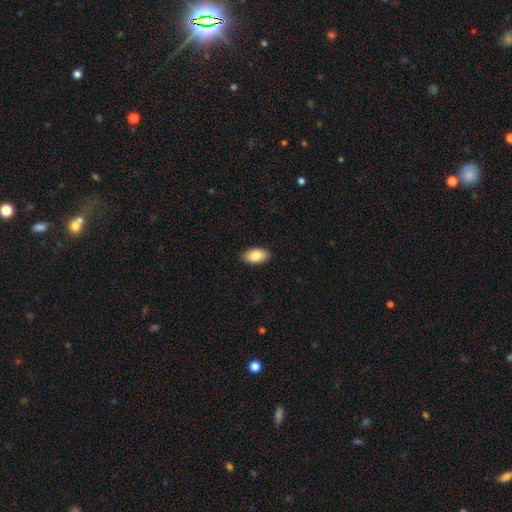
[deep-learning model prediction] Morphology: type=smooth (83%); roundness=in between (94%); merging=none (89%).